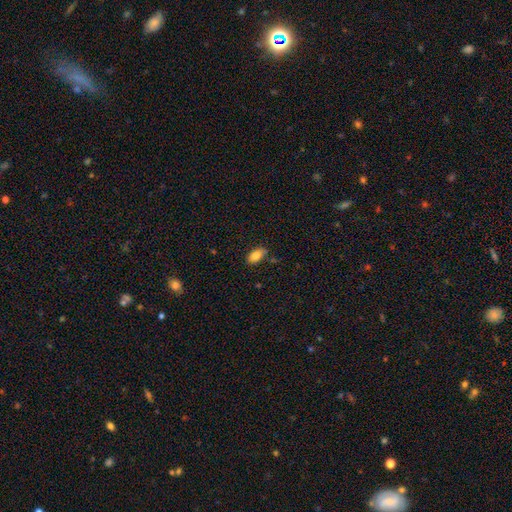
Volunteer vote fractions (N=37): This appears to be a smooth galaxy with no disk features (78%) that is in between round and cigar-shaped (93%). Merging: none (83%).